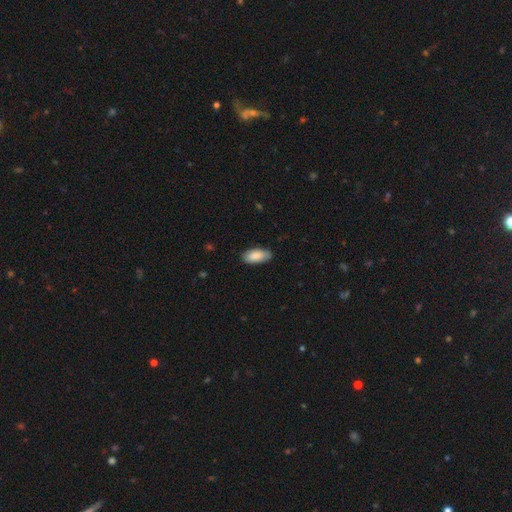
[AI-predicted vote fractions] A smooth galaxy with no disk features (87%) that is in between round and cigar-shaped (91%).

Vote fractions:
- Smooth or featured? smooth: 87% / featured or disk: 7% / star or artifact: 6%
- How rounded? in between: 91% / cigar-shaped: 7% / round: 2%
- Merging? none: 81% / minor disturbance: 15% / major disturbance: 2% / merger: 1%